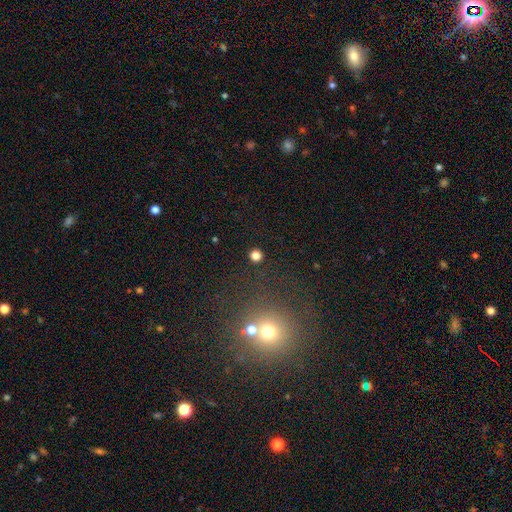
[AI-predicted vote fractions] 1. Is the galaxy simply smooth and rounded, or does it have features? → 80% smooth, 16% star or artifact, 4% featured or disk.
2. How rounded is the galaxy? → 93% round, 6% in between, 1% cigar-shaped.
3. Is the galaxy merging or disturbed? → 91% none, 5% minor disturbance, 2% major disturbance, 2% merger.